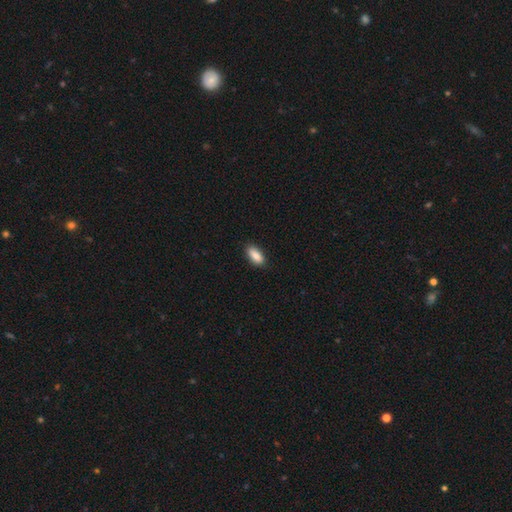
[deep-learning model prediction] A smooth galaxy with no disk features (86%) that is in between round and cigar-shaped (87%). Merging: none (88%).